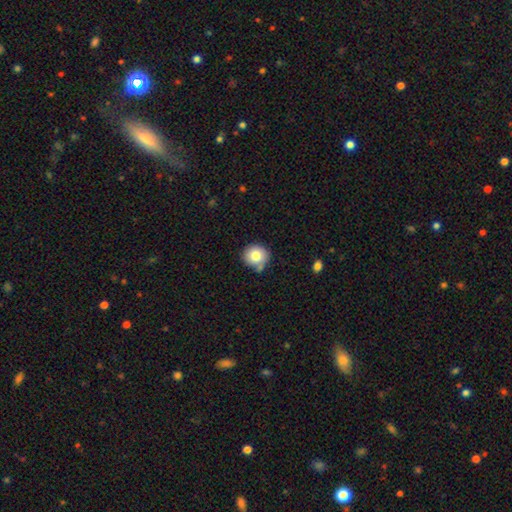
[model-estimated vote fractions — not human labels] Morphology: type=smooth (79%); roundness=round (87%); merging=none (67%).